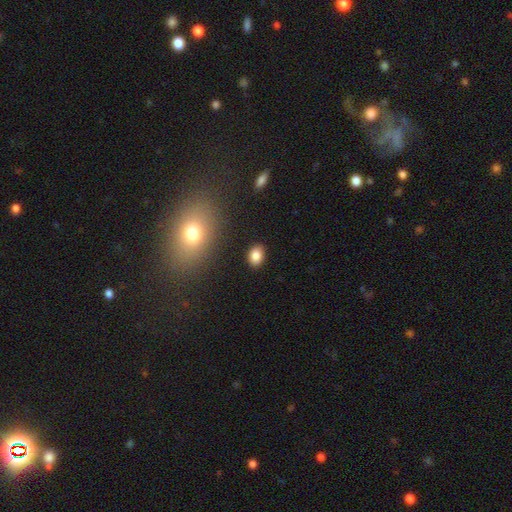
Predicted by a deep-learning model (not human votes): smooth-or-featured: smooth: 85% | star or artifact: 9% | featured or disk: 6%
  how-rounded: in between: 71% | round: 28% | cigar-shaped: 1%
  merging: none: 87% | minor disturbance: 9% | major disturbance: 2% | merger: 2%